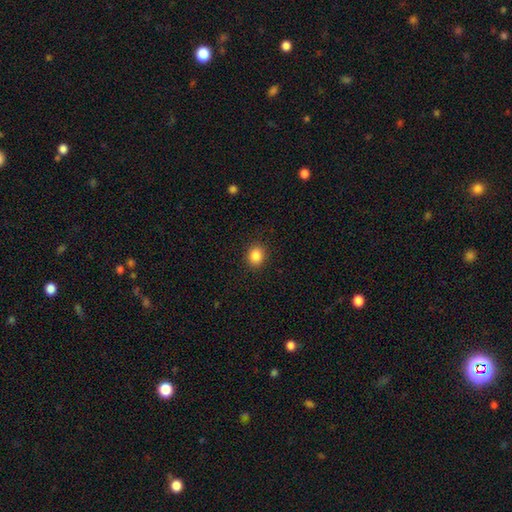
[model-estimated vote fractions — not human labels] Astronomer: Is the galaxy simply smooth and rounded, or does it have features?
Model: smooth — 86%.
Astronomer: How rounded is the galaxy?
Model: round — 67%.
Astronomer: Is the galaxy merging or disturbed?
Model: none — 90%.